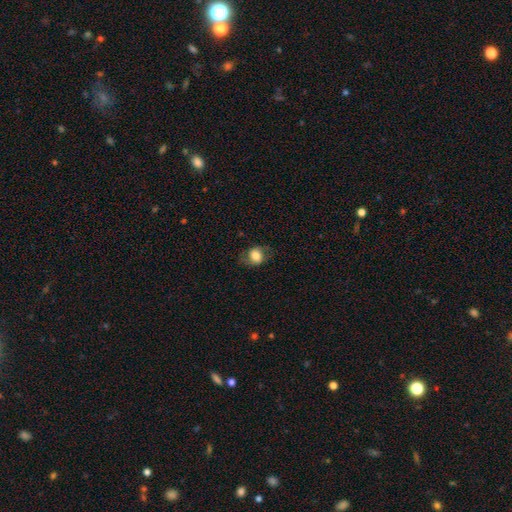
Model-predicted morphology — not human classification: Smooth or featured: smooth — 67% (featured or disk — 24%)
How rounded: in between — 54% (round — 44%)
Merging: none — 68% (minor disturbance — 20%)